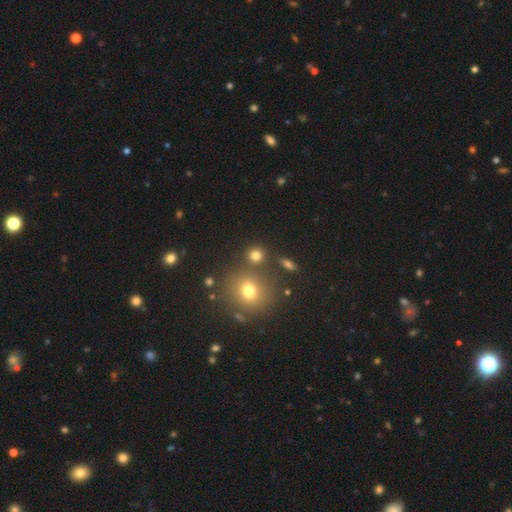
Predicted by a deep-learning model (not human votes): This is likely a smooth galaxy (76%). How rounded: clearly round (89%). Merging: likely none (77%).